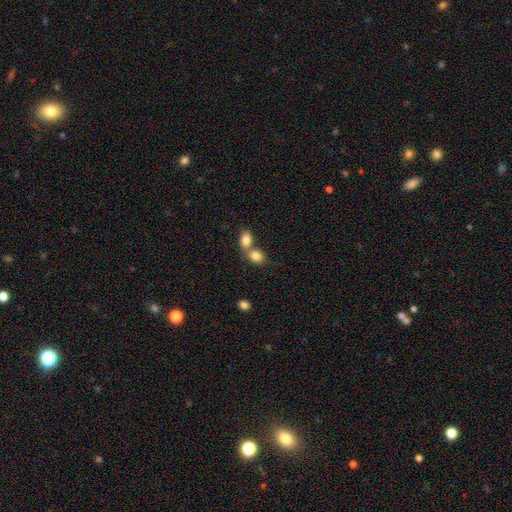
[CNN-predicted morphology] smooth_or_featured: smooth (p=0.83) [alt: featured or disk p=0.09]
how_rounded: in between (p=0.59) [alt: round p=0.39]
merging: merger (p=0.62) [alt: none p=0.28]